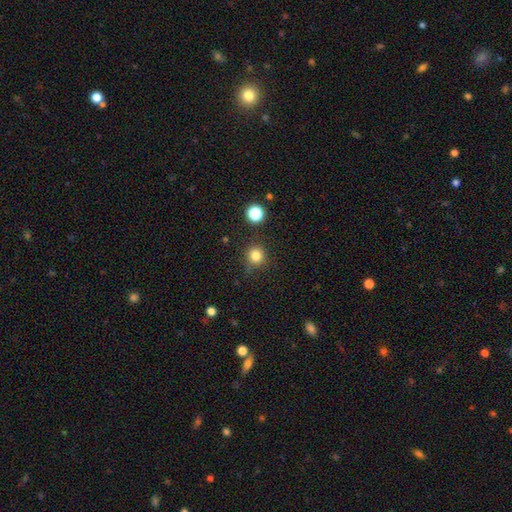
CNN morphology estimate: Overall: smooth (82%). How rounded: round (93%). Merging: none (84%).